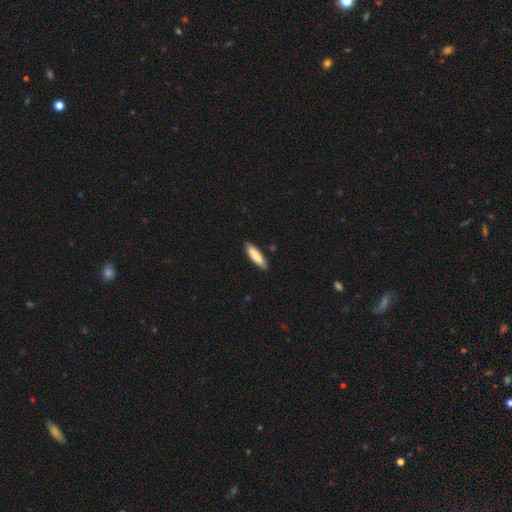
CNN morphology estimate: Smooth or featured? smooth (83%)
How rounded? cigar-shaped (63%)
Merging? none (87%)